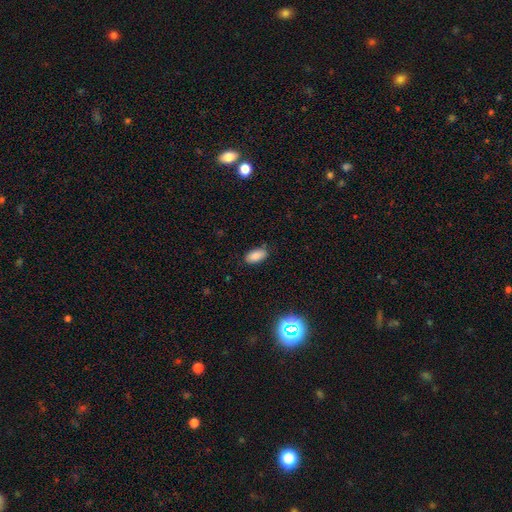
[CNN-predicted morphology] Smooth or featured? smooth (84%)
How rounded? in between (93%)
Merging? none (83%)